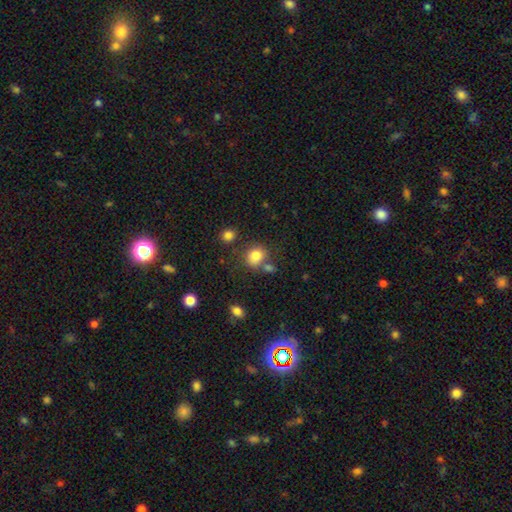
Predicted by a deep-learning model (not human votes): The model was most divided on "how rounded": round: 69%, in between: 30%, cigar-shaped: 1%. More confident: smooth or featured — smooth (81%); merging — none (65%).